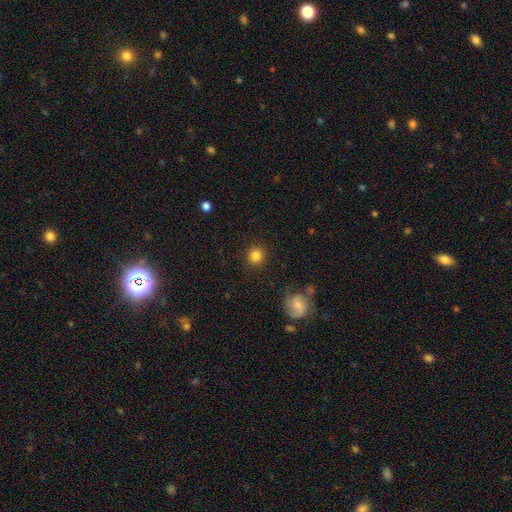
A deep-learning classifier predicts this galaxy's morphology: This is clearly a smooth galaxy (84%). How rounded: clearly round (93%). Merging: clearly none (90%).